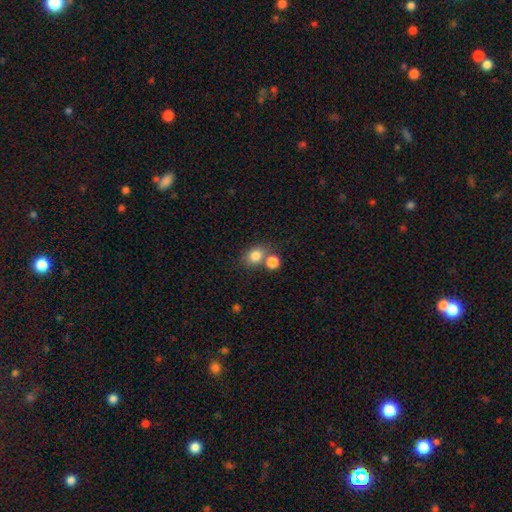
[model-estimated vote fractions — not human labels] smooth_or_featured: smooth (p=0.82) [alt: star or artifact p=0.10]
how_rounded: round (p=0.56) [alt: in between p=0.43]
merging: none (p=0.53) [alt: merger p=0.33]